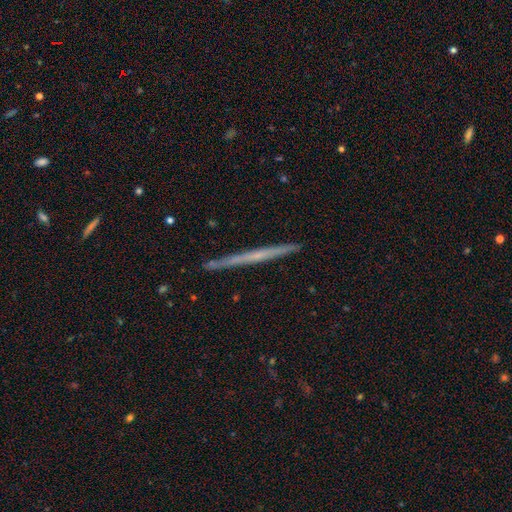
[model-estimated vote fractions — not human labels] This is likely a featured or disk galaxy (60%). It is clearly viewed edge-on (98%). Edge-on bulge: clearly none (82%). Merging: clearly none (91%).